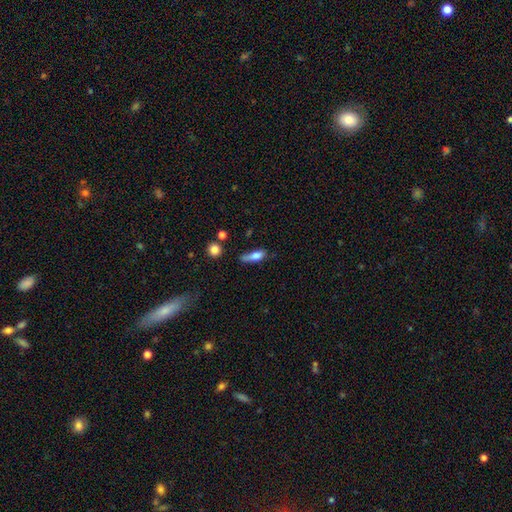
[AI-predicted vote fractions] Smooth or featured? smooth (73%)
How rounded? in between (60%)
Merging? none (46%)